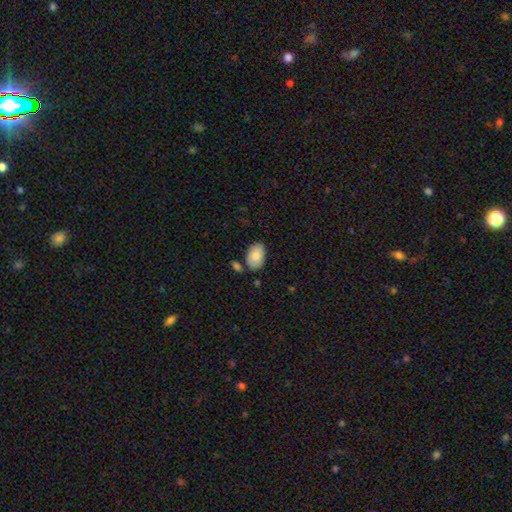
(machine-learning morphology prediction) This is clearly a smooth galaxy (87%). How rounded: clearly in between (92%). Merging: likely none (76%).